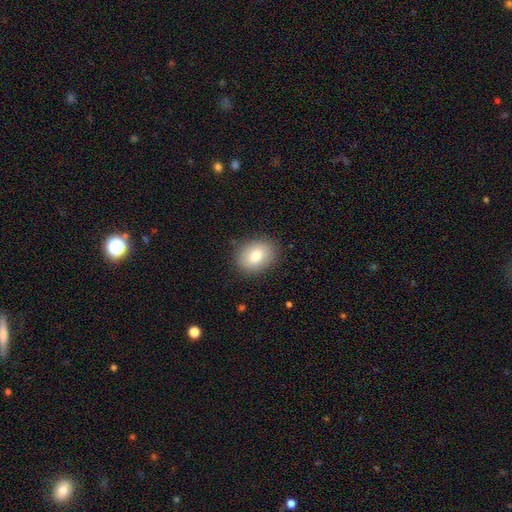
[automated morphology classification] type=smooth (80%); roundness=in between (66%); merging=none (87%).